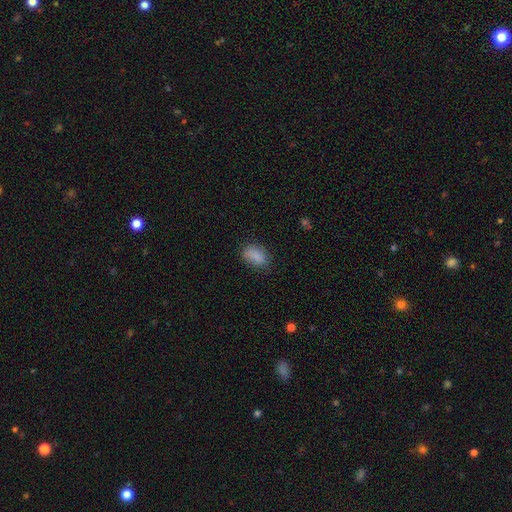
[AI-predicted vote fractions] This is clearly a smooth galaxy (85%). How rounded: clearly in between (86%). Merging: likely none (72%).